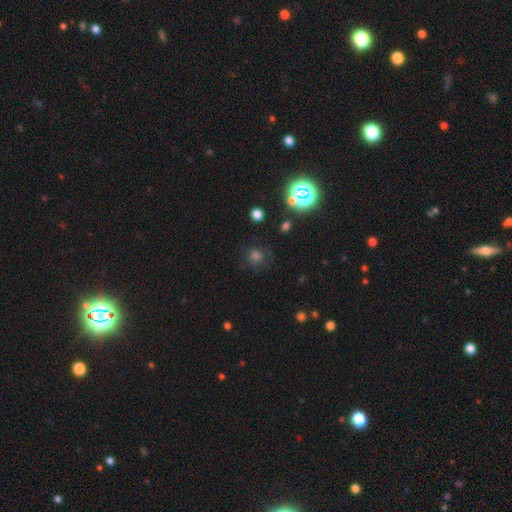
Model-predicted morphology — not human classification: smooth-or-featured: smooth: 52% | star or artifact: 37% | featured or disk: 11%
  how-rounded: round: 91% | in between: 8% | cigar-shaped: 1%
  merging: none: 80% | minor disturbance: 12% | major disturbance: 6% | merger: 2%